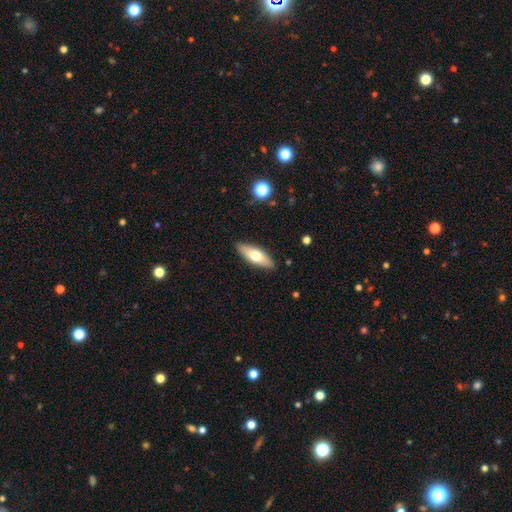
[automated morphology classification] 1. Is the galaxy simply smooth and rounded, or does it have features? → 61% smooth, 33% featured or disk, 6% star or artifact.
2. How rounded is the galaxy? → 61% in between, 36% cigar-shaped, 2% round.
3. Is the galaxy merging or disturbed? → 88% none, 9% minor disturbance, 2% major disturbance, 1% merger.